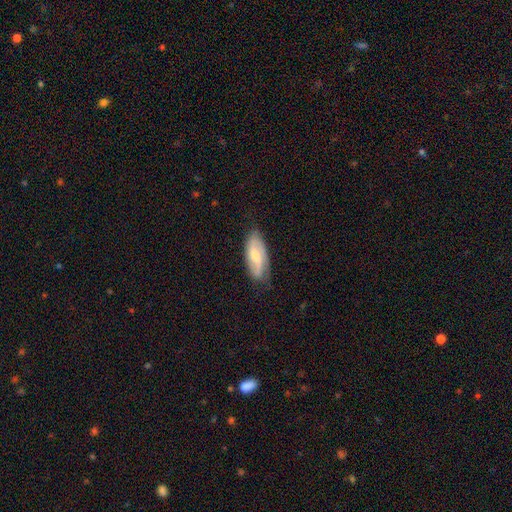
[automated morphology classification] smooth_or_featured: featured or disk (p=0.62) [alt: smooth p=0.32]
disk_edge_on: no (p=0.91) [alt: yes p=0.09]
bar: weak (p=0.49) [alt: no p=0.33]
has_spiral_arms: yes (p=0.90) [alt: no p=0.10]
spiral_winding: medium (p=0.43) [alt: loose p=0.34]
spiral_arm_count: 2 (p=0.77) [alt: can't tell p=0.11]
bulge_size: moderate (p=0.49) [alt: small p=0.36]
merging: none (p=0.71) [alt: minor disturbance p=0.22]